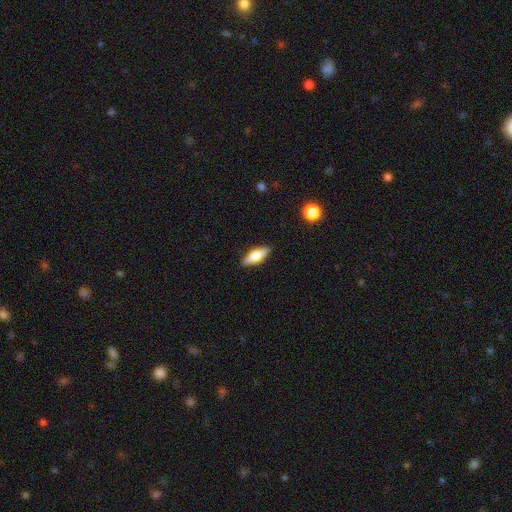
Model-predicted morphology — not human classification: This appears to be a smooth galaxy with no disk features (57%) that is in between round and cigar-shaped (61%). Merging: none (87%).